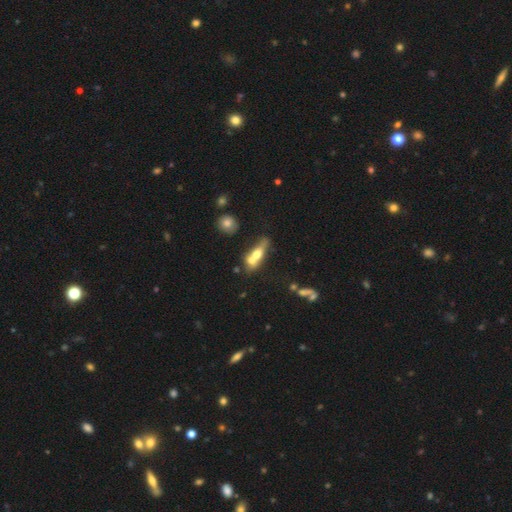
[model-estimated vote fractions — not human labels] Smooth or featured? smooth (54%)
How rounded? in between (57%)
Merging? merger (59%)